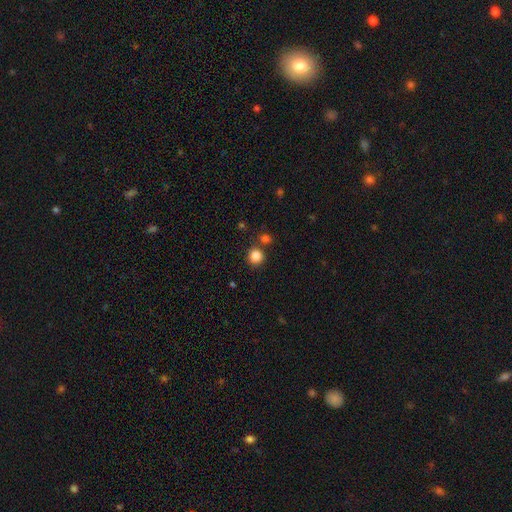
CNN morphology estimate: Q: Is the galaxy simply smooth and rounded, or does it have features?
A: smooth — 85%.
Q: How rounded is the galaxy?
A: round — 91%.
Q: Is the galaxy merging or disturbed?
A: none — 80%.